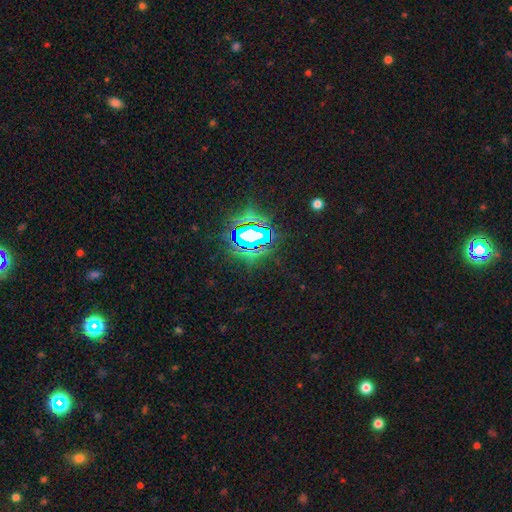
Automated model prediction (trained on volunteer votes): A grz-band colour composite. It shows a star or artifact, not a galaxy (83%).